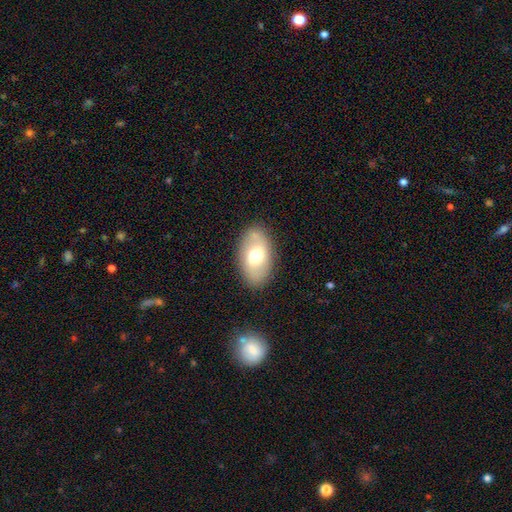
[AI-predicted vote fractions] Smooth or featured? smooth (59%)
How rounded? in between (92%)
Merging? none (82%)